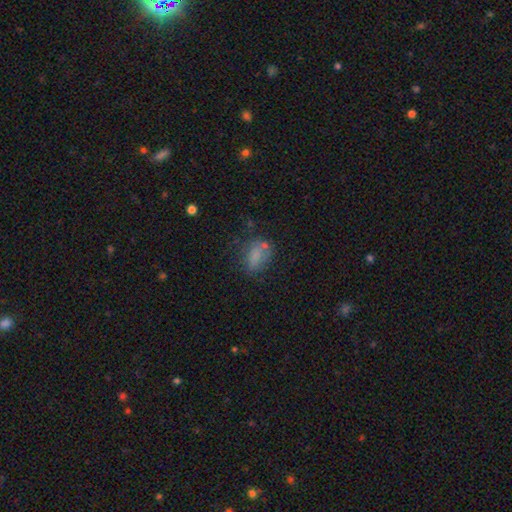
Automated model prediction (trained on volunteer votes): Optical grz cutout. It shows a smooth galaxy with no disk features (69%) that is in between round and cigar-shaped (79%). Merging: none (51%).